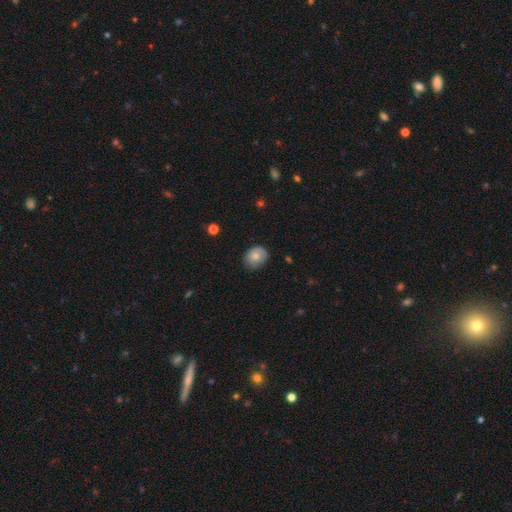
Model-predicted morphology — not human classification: Smooth or featured: smooth — 73% (featured or disk — 19%)
How rounded: round — 50% (tied with in between — 50%)
Merging: none — 71% (minor disturbance — 24%)